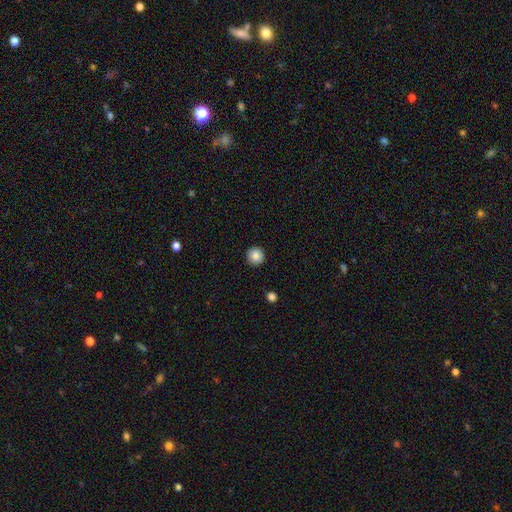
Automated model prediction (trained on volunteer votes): Smooth or featured? Predicted: smooth (p=0.87). How rounded? Predicted: round (p=0.95). Merging? Predicted: none (p=0.92).